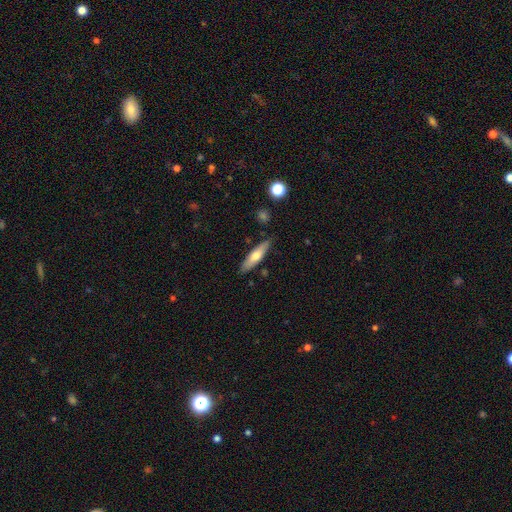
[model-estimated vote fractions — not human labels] Smooth or featured? smooth (59%)
How rounded? cigar-shaped (71%)
Merging? none (84%)